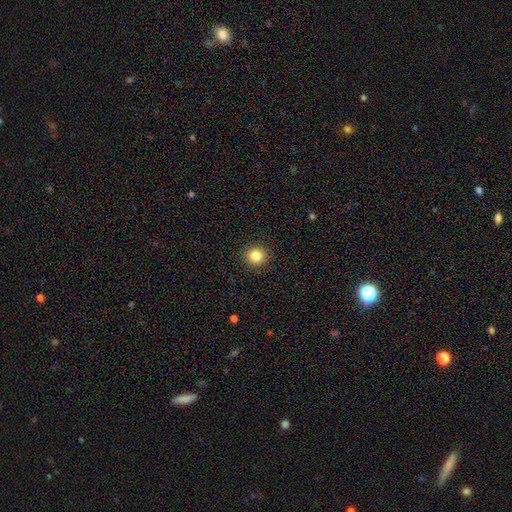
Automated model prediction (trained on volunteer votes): A smooth galaxy with no disk features (83%) that is round (89%).

Vote fractions:
- Smooth or featured? smooth: 83% / star or artifact: 11% / featured or disk: 5%
- How rounded? round: 89% / in between: 10% / cigar-shaped: 1%
- Merging? none: 91% / minor disturbance: 6% / major disturbance: 2% / merger: 1%